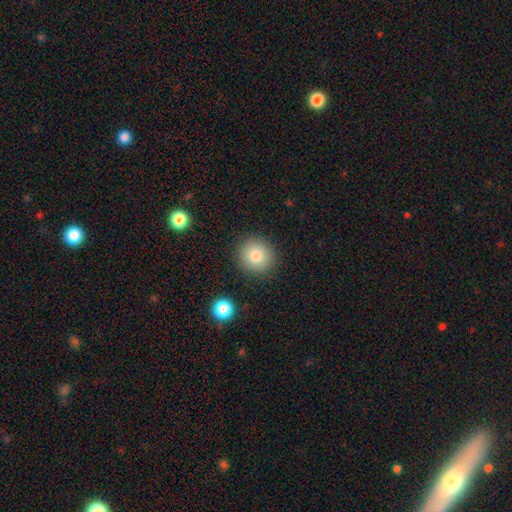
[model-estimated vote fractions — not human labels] Smooth or featured? smooth (83%)
How rounded? round (89%)
Merging? none (89%)